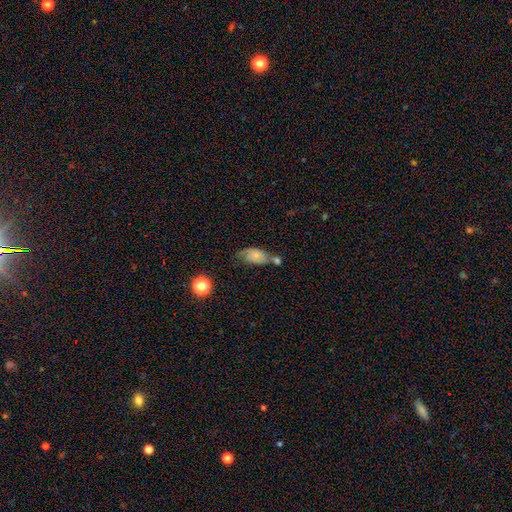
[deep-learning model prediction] The model was most divided on "merging": none: 33%, merger: 30%, minor disturbance: 25%, major disturbance: 12%. More confident: how rounded — in between (87%); smooth or featured — smooth (65%).